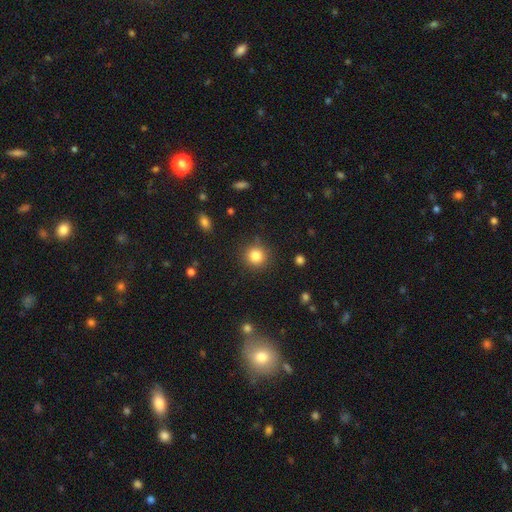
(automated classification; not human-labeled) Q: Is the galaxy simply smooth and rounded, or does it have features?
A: smooth — 83%.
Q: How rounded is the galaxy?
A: round — 92%.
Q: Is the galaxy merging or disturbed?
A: none — 88%.